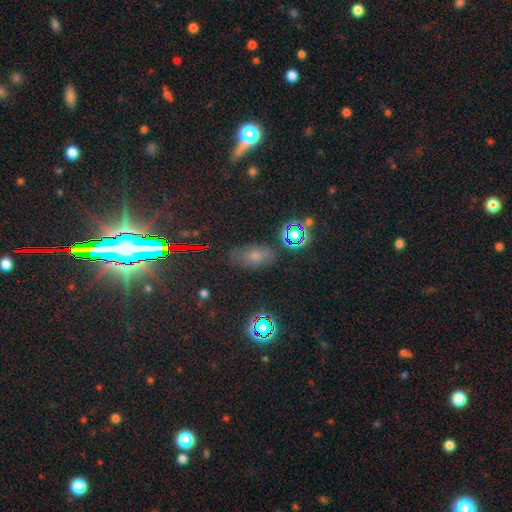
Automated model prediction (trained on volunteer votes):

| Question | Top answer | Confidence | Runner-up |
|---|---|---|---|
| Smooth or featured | smooth | 51% | star or artifact (36%) |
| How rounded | in between | 85% | round (10%) |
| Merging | none | 79% | minor disturbance (14%) |